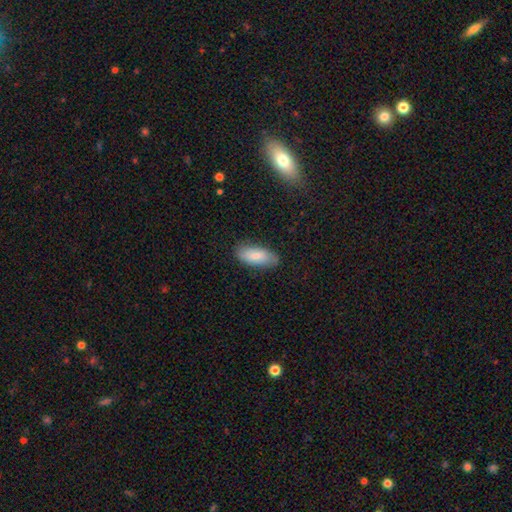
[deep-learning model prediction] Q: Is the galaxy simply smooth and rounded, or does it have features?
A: smooth — 75%.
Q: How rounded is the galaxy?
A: in between — 88%.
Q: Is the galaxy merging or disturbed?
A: none — 82%.